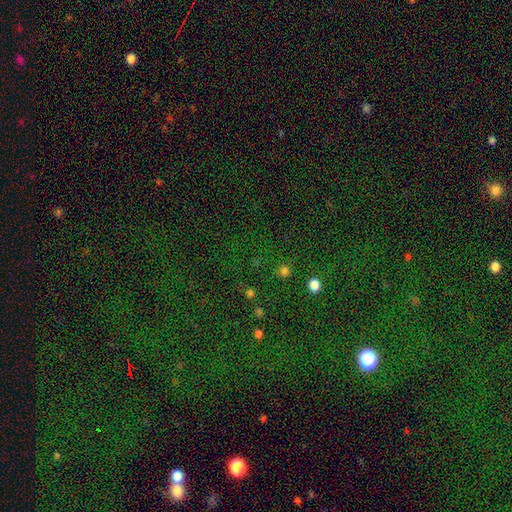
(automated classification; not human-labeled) smooth-or-featured: star or artifact: 79% | smooth: 13% | featured or disk: 8%